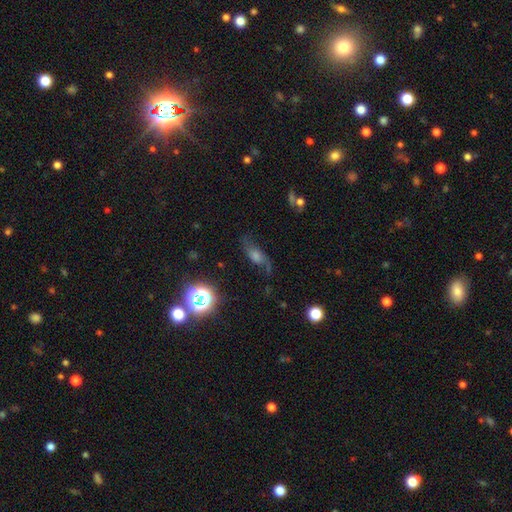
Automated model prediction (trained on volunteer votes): Smooth or featured: featured or disk — 54% (smooth — 25%)
Edge-on disk: no — 84% (yes — 16%)
Merging: none — 64% (minor disturbance — 19%)